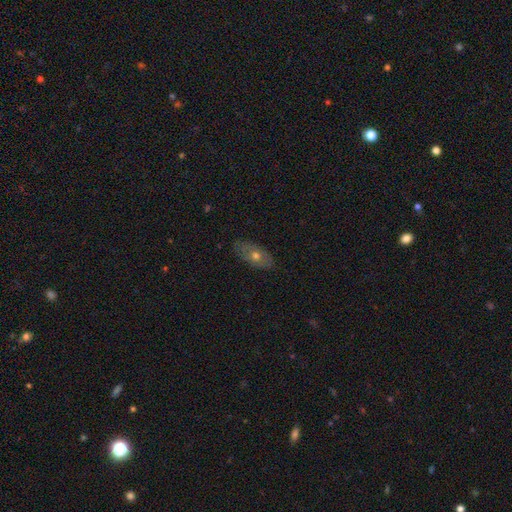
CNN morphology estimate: This appears to be a smooth galaxy with no disk features (47%). Merging: none (80%).